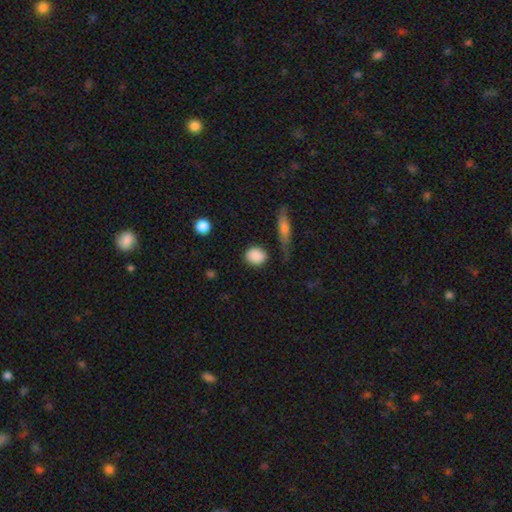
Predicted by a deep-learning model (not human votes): This is clearly a smooth galaxy (88%). How rounded: likely round (68%). Merging: likely none (78%).